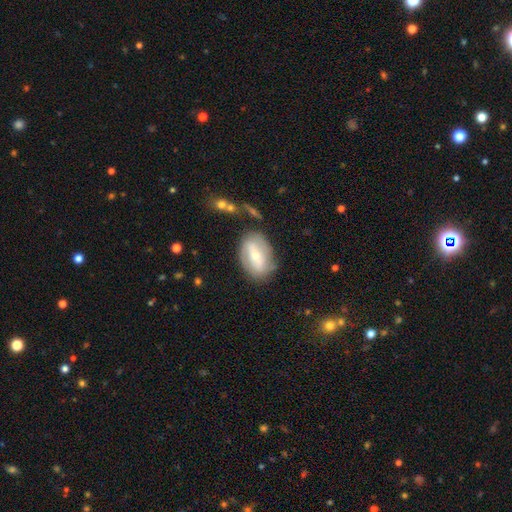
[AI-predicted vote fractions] This appears to be a featured or disk galaxy (58%) with a strong bar (41%), spiral arms (53%) and a small central bulge (50%). Merging: none (71%).